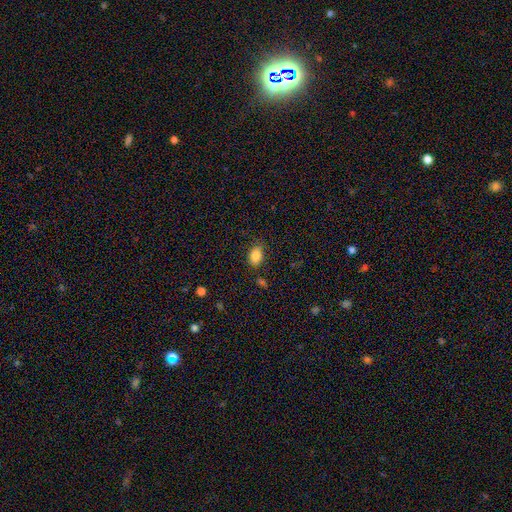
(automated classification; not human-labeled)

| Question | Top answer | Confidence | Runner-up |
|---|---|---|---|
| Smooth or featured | smooth | 85% | star or artifact (9%) |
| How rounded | in between | 80% | round (18%) |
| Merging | none | 77% | minor disturbance (17%) |